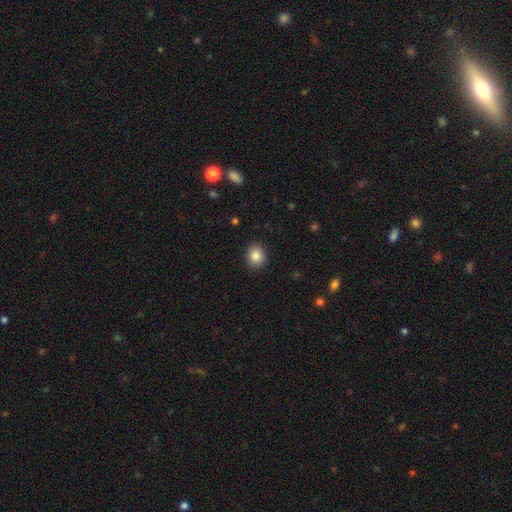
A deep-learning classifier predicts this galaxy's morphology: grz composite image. It shows a smooth galaxy with no disk features (86%) that is round (73%). Merging: none (90%).